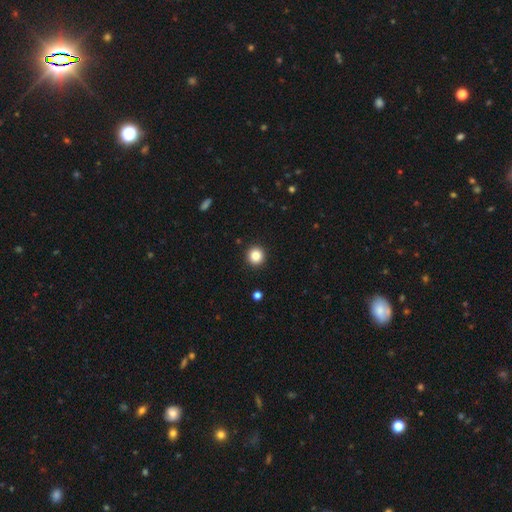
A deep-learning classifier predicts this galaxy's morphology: A smooth galaxy with no disk features (86%) that is round (93%).

Vote fractions:
- Smooth or featured? smooth: 86% / star or artifact: 10% / featured or disk: 4%
- How rounded? round: 93% / in between: 6% / cigar-shaped: 1%
- Merging? none: 93% / minor disturbance: 5% / major disturbance: 2% / merger: 1%